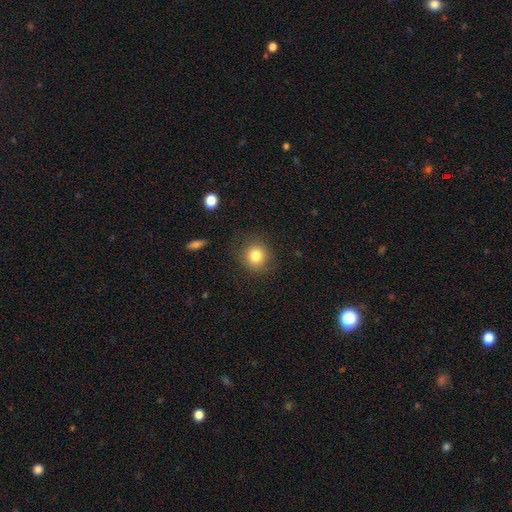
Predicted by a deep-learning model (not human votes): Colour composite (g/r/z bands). It shows a smooth galaxy with no disk features (82%) that is round (85%). Merging: none (84%).